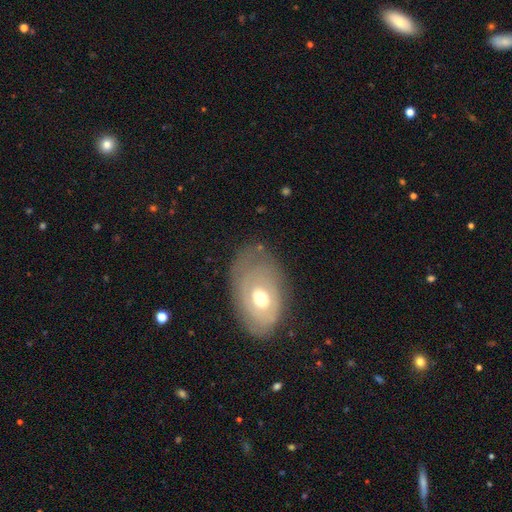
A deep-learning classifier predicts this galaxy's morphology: The model was most divided on "smooth or featured": featured or disk: 55%, smooth: 35%, star or artifact: 10%. More confident: edge-on disk — no (92%); bar — no (81%); bulge size — moderate (76%); merging — none (66%); spiral arms — no (61%).